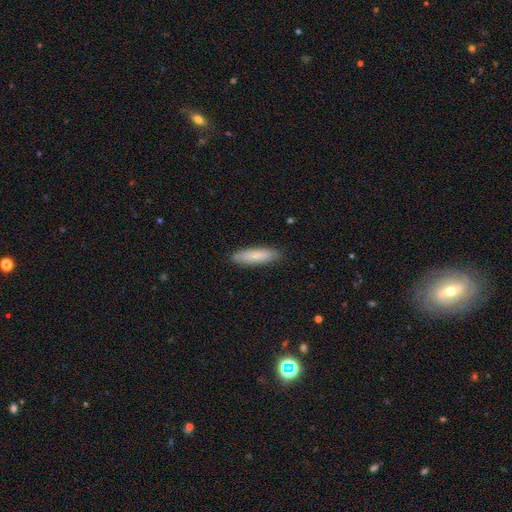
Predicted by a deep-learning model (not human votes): Q: Smooth or featured?
A: smooth (79%); runner-up: featured or disk (16%)
Q: How rounded?
A: cigar-shaped (69%); runner-up: in between (30%)
Q: Merging?
A: none (87%); runner-up: minor disturbance (10%)